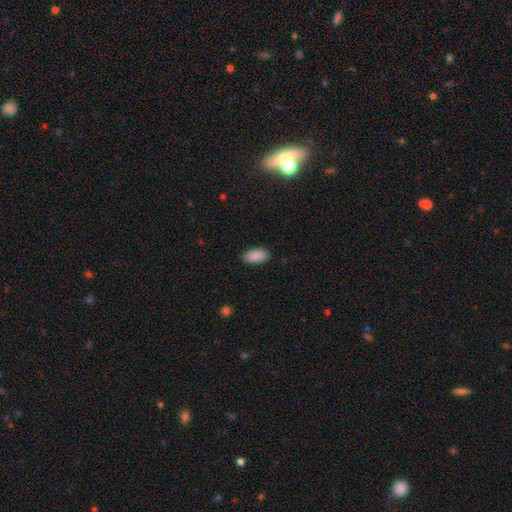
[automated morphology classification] A smooth galaxy with no disk features (90%) that is in between round and cigar-shaped (93%).

Vote fractions:
- Smooth or featured? smooth: 90% / star or artifact: 7% / featured or disk: 3%
- How rounded? in between: 93% / cigar-shaped: 4% / round: 2%
- Merging? none: 88% / minor disturbance: 9% / major disturbance: 2% / merger: 1%